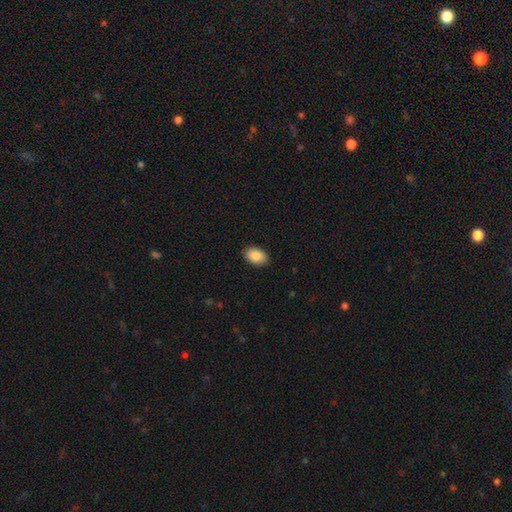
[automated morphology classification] Q: Smooth or featured?
A: smooth (90%); runner-up: star or artifact (7%)
Q: How rounded?
A: in between (88%); runner-up: round (11%)
Q: Merging?
A: none (88%); runner-up: minor disturbance (9%)